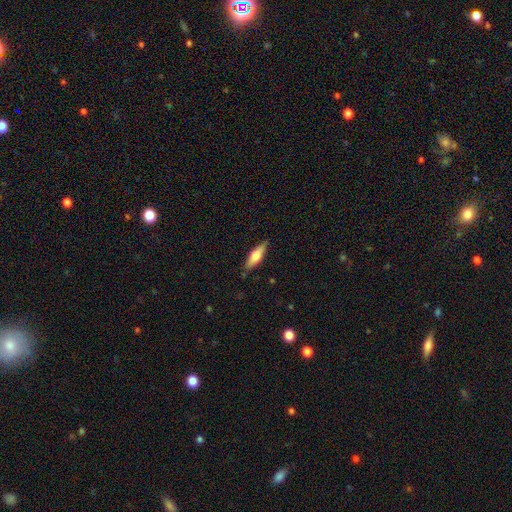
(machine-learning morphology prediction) Smooth or featured?
  - smooth: 54% *
  - featured or disk: 40%
  - star or artifact: 6%
How rounded?
  - cigar-shaped: 54% *
  - in between: 44%
  - round: 2%
Merging?
  - none: 84% *
  - minor disturbance: 13%
  - major disturbance: 2%
  - merger: 1%